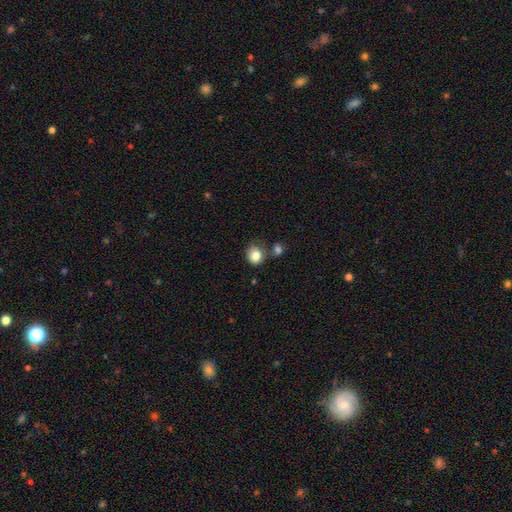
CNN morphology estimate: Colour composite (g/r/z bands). It shows a smooth galaxy with no disk features (83%) that is round (70%). Merging: none (60%).